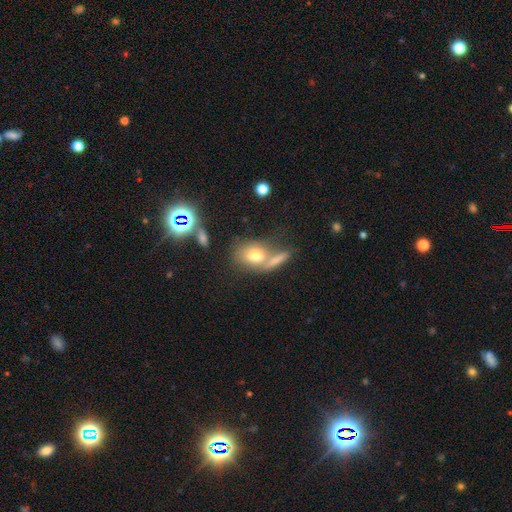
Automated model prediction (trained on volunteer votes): A smooth galaxy with no disk features (67%) that is in between round and cigar-shaped (65%). Merging: none (46%).